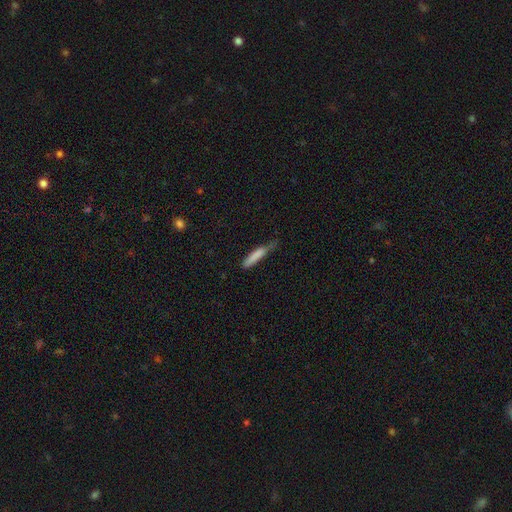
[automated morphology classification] Smooth or featured? smooth (80%)
How rounded? cigar-shaped (88%)
Merging? none (51%)